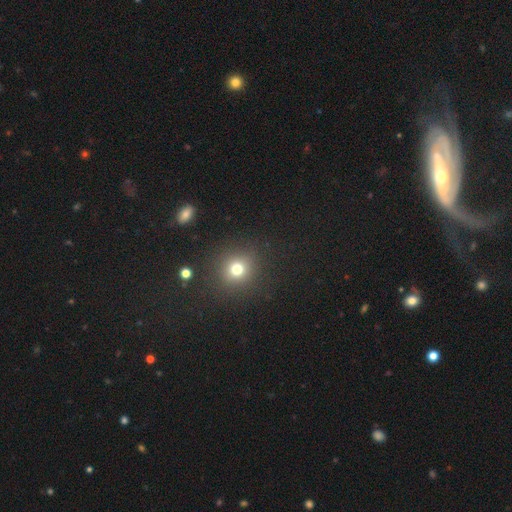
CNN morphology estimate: Smooth or featured: smooth — 54% (star or artifact — 30%)
How rounded: round — 89% (in between — 9%)
Merging: none — 85% (minor disturbance — 7%)